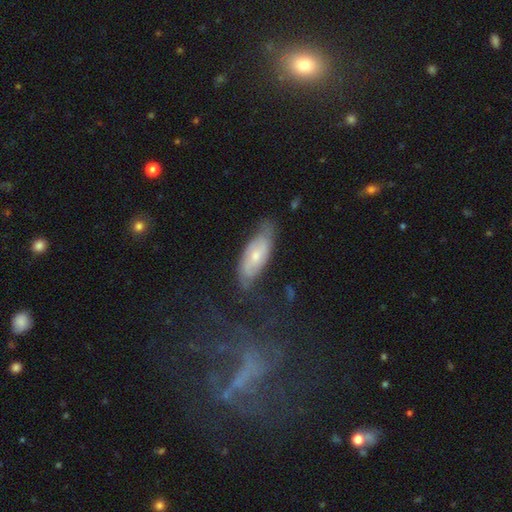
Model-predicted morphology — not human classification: smooth_or_featured: featured or disk (p=0.57) [alt: smooth p=0.35]
disk_edge_on: no (p=0.85) [alt: yes p=0.15]
merging: none (p=0.64) [alt: minor disturbance p=0.26]